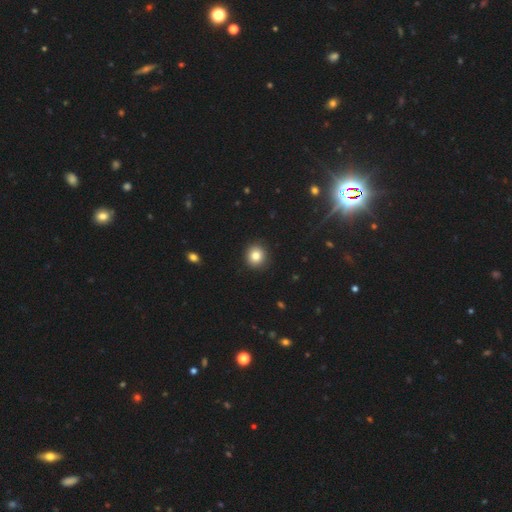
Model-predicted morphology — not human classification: This appears to be a smooth galaxy with no disk features (83%) that is round (89%). Merging: none (92%).